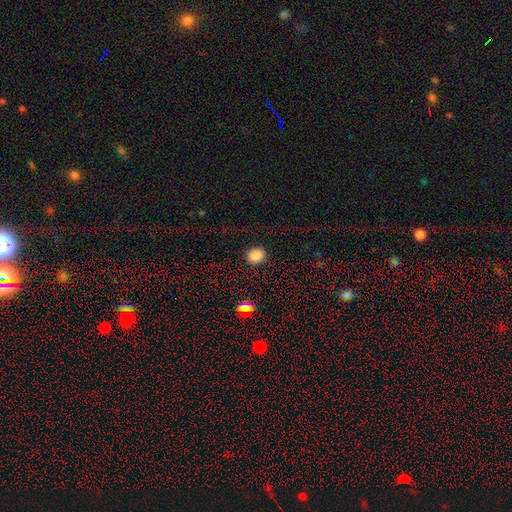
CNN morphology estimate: Smooth or featured? smooth (83%)
How rounded? round (61%)
Merging? none (89%)